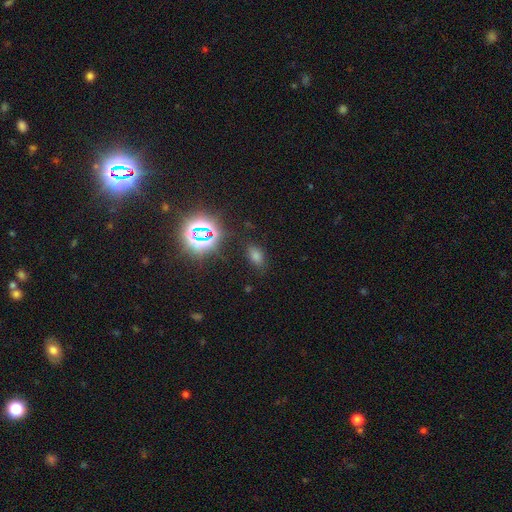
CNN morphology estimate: A smooth galaxy with no disk features (57%) that is in between round and cigar-shaped (83%).

Vote fractions:
- Smooth or featured? smooth: 57% / star or artifact: 35% / featured or disk: 8%
- How rounded? in between: 83% / round: 14% / cigar-shaped: 3%
- Merging? none: 82% / minor disturbance: 12% / major disturbance: 4% / merger: 2%